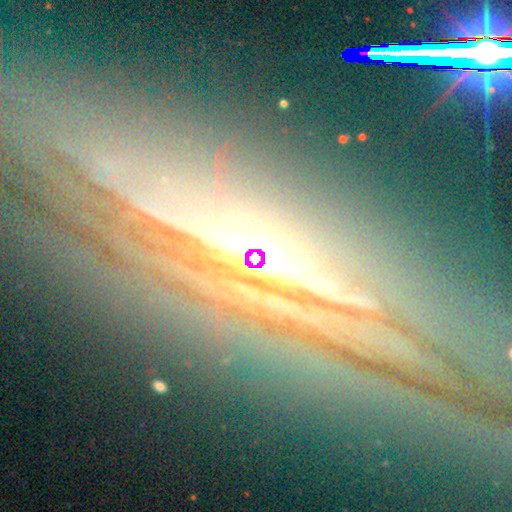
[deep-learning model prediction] Q: Smooth or featured?
A: featured or disk (58%); runner-up: star or artifact (29%)
Q: Edge-on disk?
A: yes (66%); runner-up: no (34%)
Q: Merging?
A: none (78%); runner-up: minor disturbance (11%)